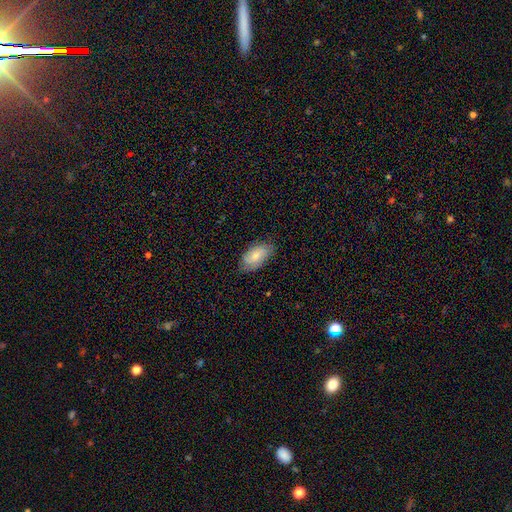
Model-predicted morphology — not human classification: A smooth galaxy with no disk features (68%) that is in between round and cigar-shaped (93%). Merging: none (77%).